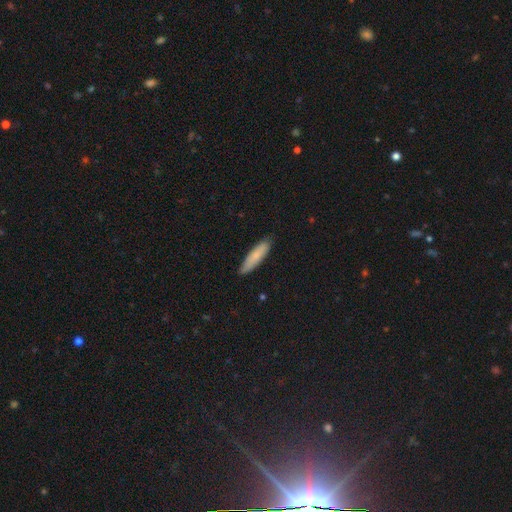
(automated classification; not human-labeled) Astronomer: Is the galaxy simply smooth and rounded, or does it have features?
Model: smooth — 80%.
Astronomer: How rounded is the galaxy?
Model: cigar-shaped — 74%.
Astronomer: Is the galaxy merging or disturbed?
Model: none — 84%.